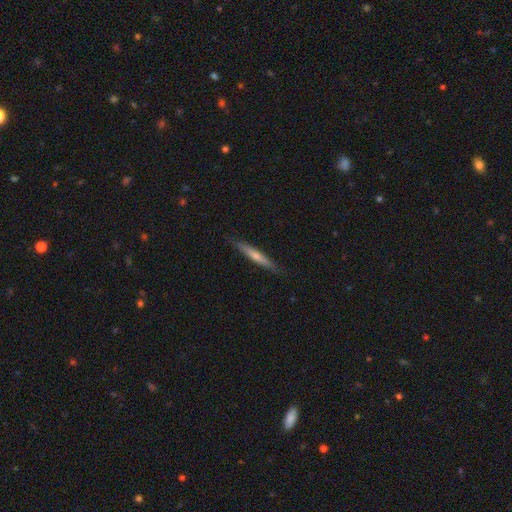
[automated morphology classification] smooth-or-featured: featured or disk: 63% | smooth: 31% | star or artifact: 6%
  disk-edge-on: yes: 96% | no: 4%
    edge-on-bulge: rounded: 66% | none: 29% | boxy: 5%
  merging: none: 89% | minor disturbance: 9% | major disturbance: 1% | merger: 1%